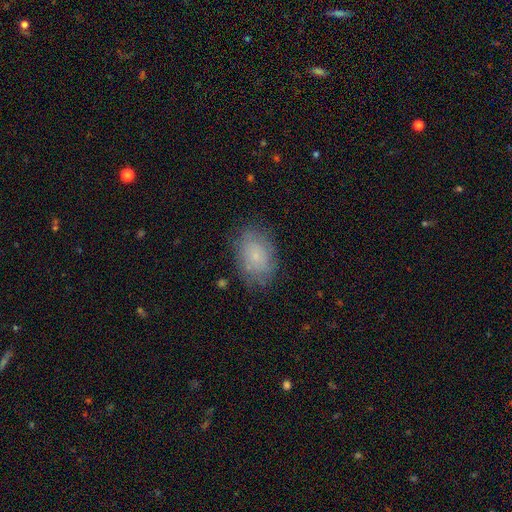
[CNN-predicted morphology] Smooth or featured? Predicted: smooth (p=0.67). How rounded? Predicted: in between (p=0.83). Merging? Predicted: none (p=0.76).